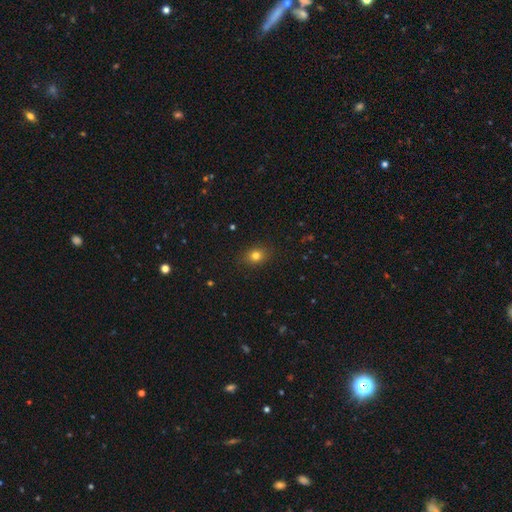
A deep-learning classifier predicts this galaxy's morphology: smooth 78%, star or artifact 14%, featured or disk 8%. Down the decision tree: how rounded — round (54%); merging — none (88%).